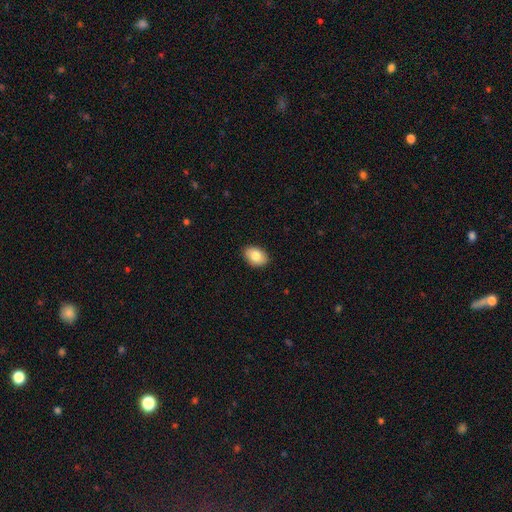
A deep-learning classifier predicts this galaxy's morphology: Smooth or featured? smooth (82%)
How rounded? in between (83%)
Merging? none (89%)